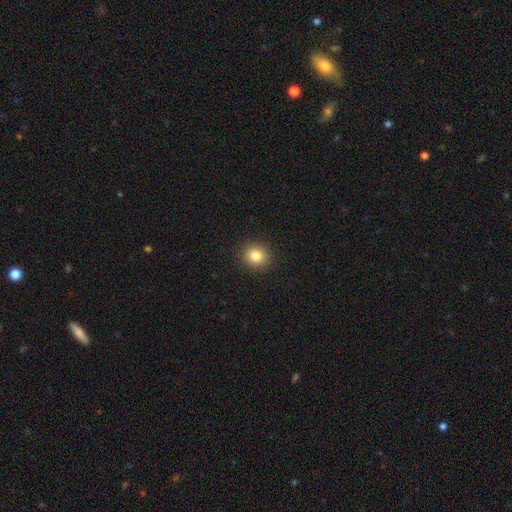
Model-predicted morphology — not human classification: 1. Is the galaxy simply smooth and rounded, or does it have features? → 83% smooth, 11% star or artifact, 6% featured or disk.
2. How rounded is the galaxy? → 80% round, 19% in between, 1% cigar-shaped.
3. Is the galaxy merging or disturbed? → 91% none, 6% minor disturbance, 2% major disturbance, 1% merger.